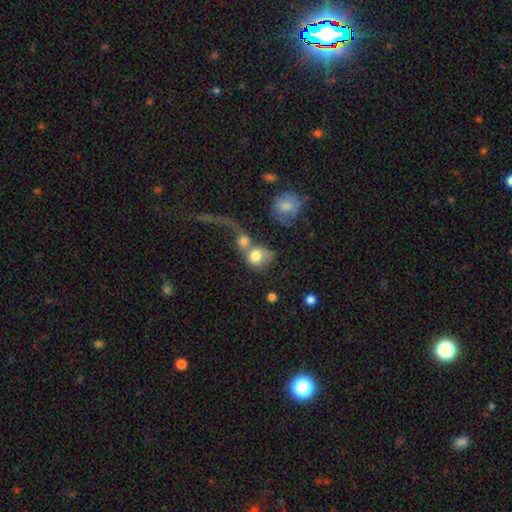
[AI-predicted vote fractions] smooth_or_featured: smooth (p=0.68) [alt: featured or disk p=0.23]
how_rounded: round (p=0.63) [alt: in between p=0.36]
merging: merger (p=0.64) [alt: major disturbance p=0.16]